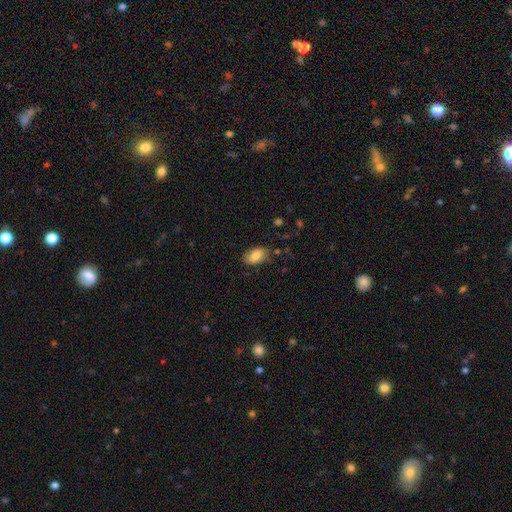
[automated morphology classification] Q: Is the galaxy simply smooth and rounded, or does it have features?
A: smooth — 82%.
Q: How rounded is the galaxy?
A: in between — 91%.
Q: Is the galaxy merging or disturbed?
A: none — 77%.